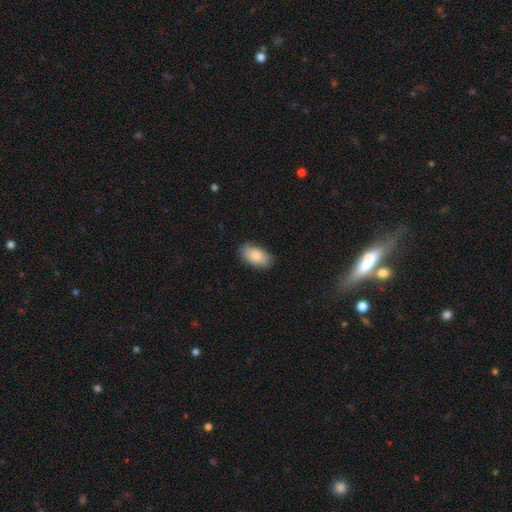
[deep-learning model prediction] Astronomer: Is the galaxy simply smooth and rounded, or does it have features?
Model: smooth — 86%.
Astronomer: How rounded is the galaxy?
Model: in between — 94%.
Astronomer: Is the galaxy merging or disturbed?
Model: none — 84%.